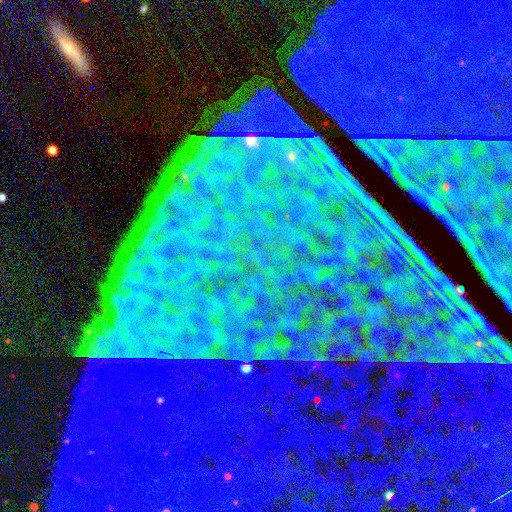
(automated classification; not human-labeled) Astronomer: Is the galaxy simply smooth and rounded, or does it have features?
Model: star or artifact — 88%.